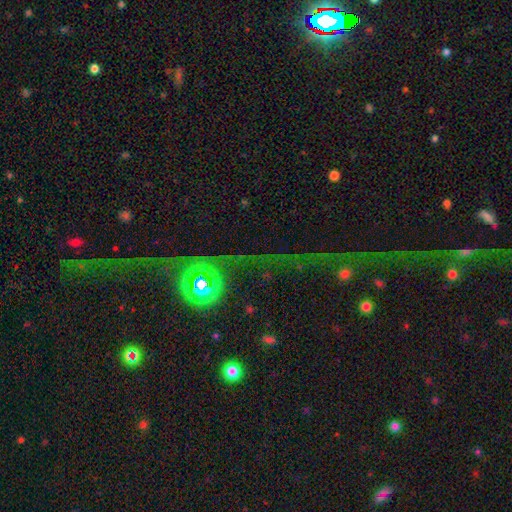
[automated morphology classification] type=star or artifact (54%).